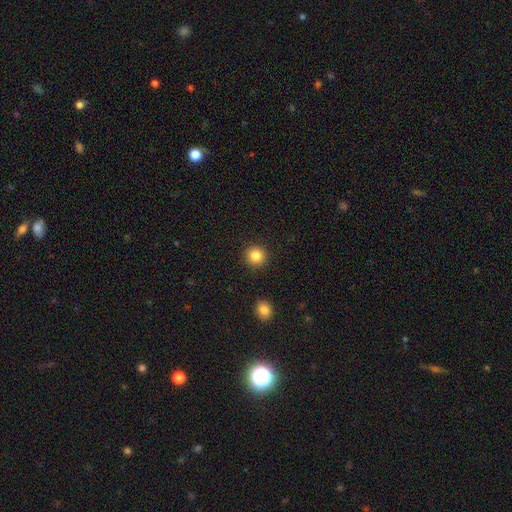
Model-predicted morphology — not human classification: This is clearly a smooth galaxy (85%). How rounded: clearly round (94%). Merging: clearly none (92%).